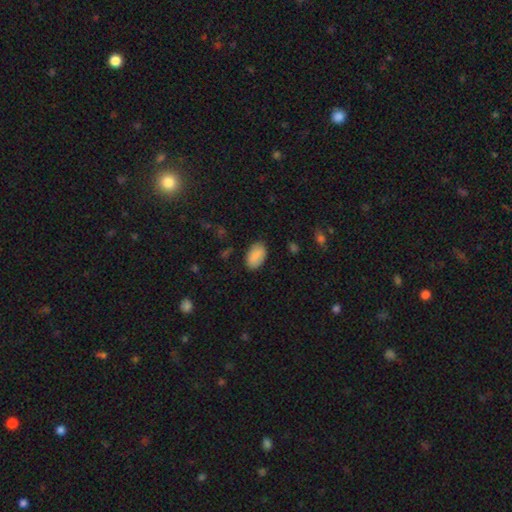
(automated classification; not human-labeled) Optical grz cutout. It shows a smooth galaxy with no disk features (86%) that is in between round and cigar-shaped (94%). Merging: none (85%).